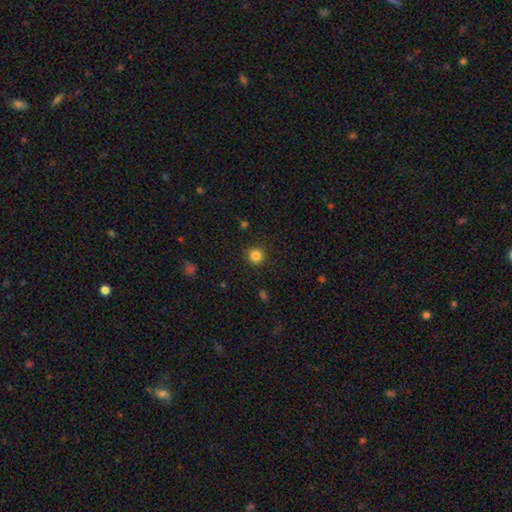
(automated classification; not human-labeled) A smooth galaxy with no disk features (84%) that is round (92%). Merging: none (91%).